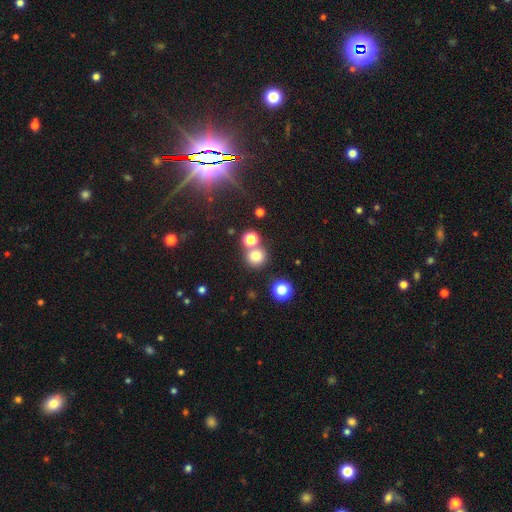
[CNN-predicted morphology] Smooth or featured: smooth — 75% (star or artifact — 17%)
How rounded: round — 90% (in between — 9%)
Merging: none — 65% (merger — 24%)